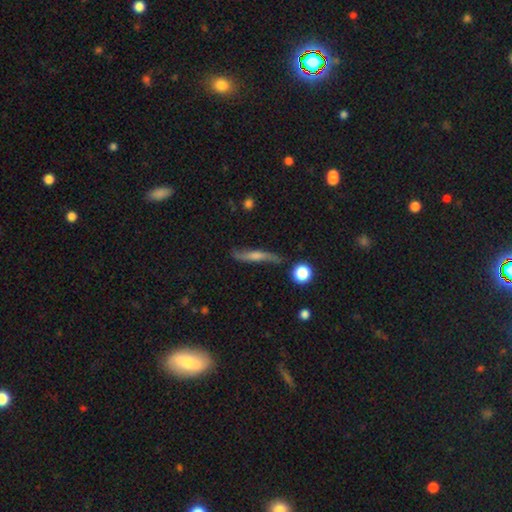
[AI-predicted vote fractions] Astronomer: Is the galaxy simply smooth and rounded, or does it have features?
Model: featured or disk — 62%.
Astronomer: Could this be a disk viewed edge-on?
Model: yes — 78%.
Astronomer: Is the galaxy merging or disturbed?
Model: none — 78%.